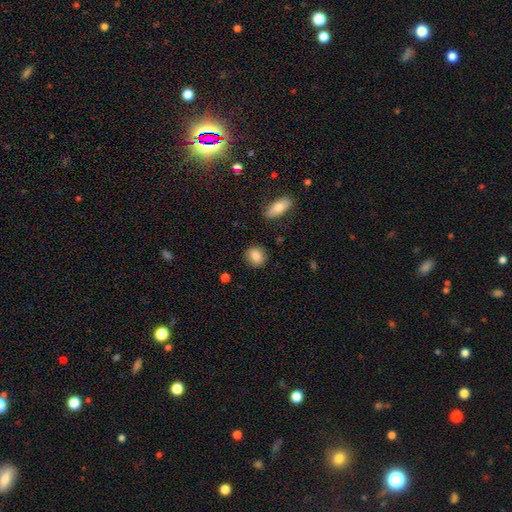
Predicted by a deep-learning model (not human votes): Smooth or featured?
  - smooth: 82% *
  - featured or disk: 10%
  - star or artifact: 8%
How rounded?
  - round: 76% *
  - in between: 23%
  - cigar-shaped: 2%
Merging?
  - none: 88% *
  - minor disturbance: 8%
  - major disturbance: 2%
  - merger: 2%